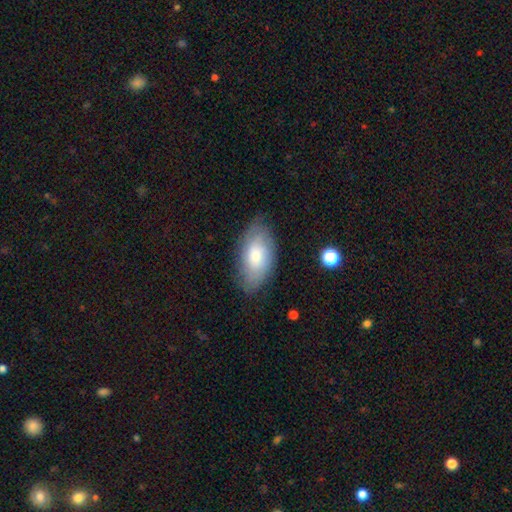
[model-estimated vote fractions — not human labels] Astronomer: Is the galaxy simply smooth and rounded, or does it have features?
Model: smooth — 63%.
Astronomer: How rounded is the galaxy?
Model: in between — 93%.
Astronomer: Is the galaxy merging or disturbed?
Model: none — 77%.